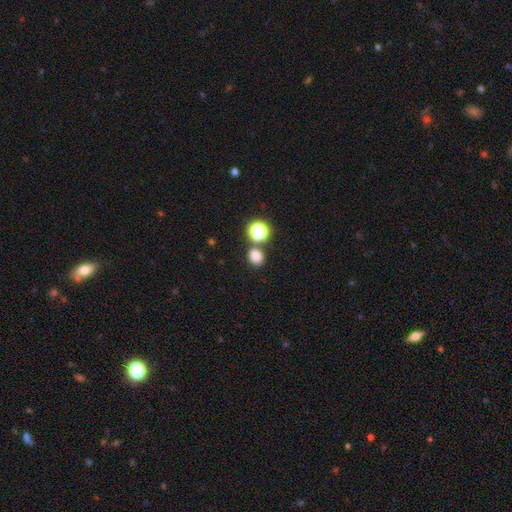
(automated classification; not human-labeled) smooth 78%, star or artifact 17%, featured or disk 5%. Down the decision tree: how rounded — round (66%); merging — none (75%).